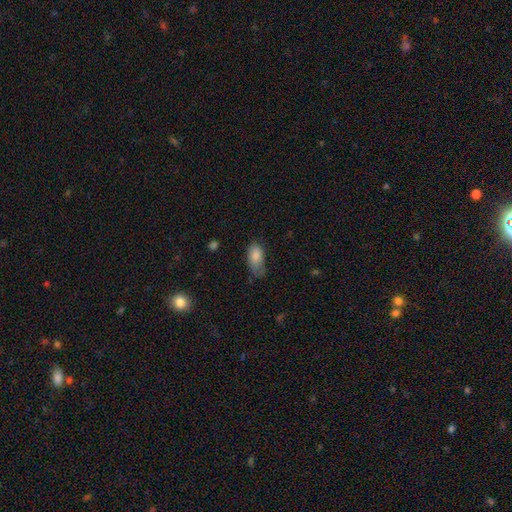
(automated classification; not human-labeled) A smooth galaxy with no disk features (84%) that is in between round and cigar-shaped (92%).

Vote fractions:
- Smooth or featured? smooth: 84% / featured or disk: 9% / star or artifact: 7%
- How rounded? in between: 92% / cigar-shaped: 5% / round: 3%
- Merging? none: 50% / minor disturbance: 36% / major disturbance: 12% / merger: 2%